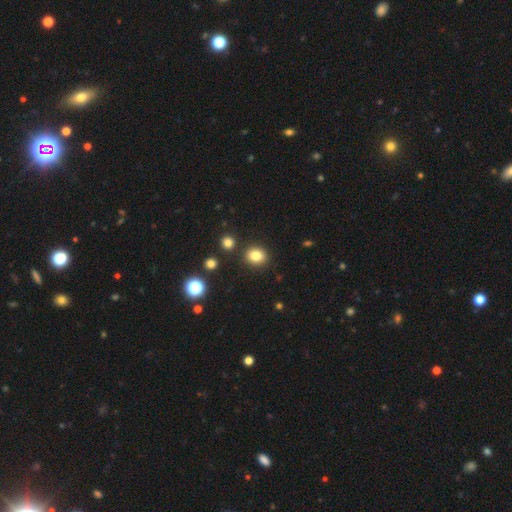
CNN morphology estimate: Overall: smooth (82%). How rounded: round (72%). Merging: none (86%).